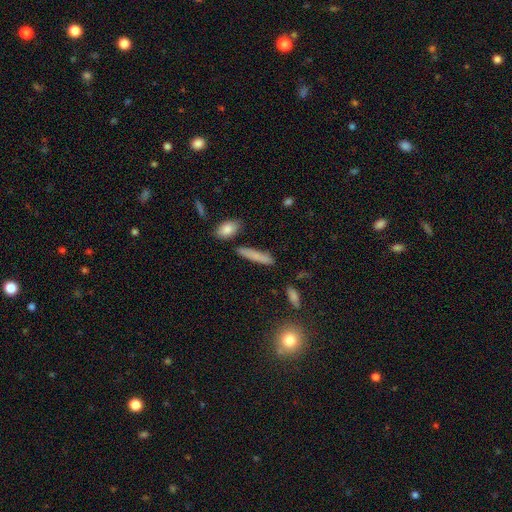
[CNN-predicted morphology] smooth-or-featured: smooth: 77% | featured or disk: 15% | star or artifact: 8%
  how-rounded: cigar-shaped: 86% | in between: 12% | round: 2%
  merging: none: 84% | minor disturbance: 10% | merger: 4% | major disturbance: 2%